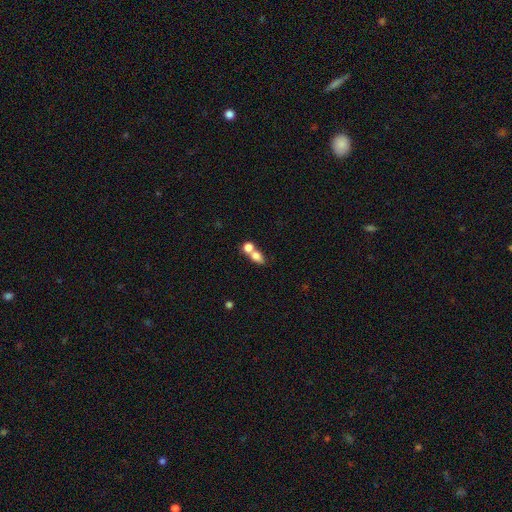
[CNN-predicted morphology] smooth 76%, featured or disk 14%, star or artifact 10%. Down the decision tree: how rounded — in between (62%); merging — merger (60%).